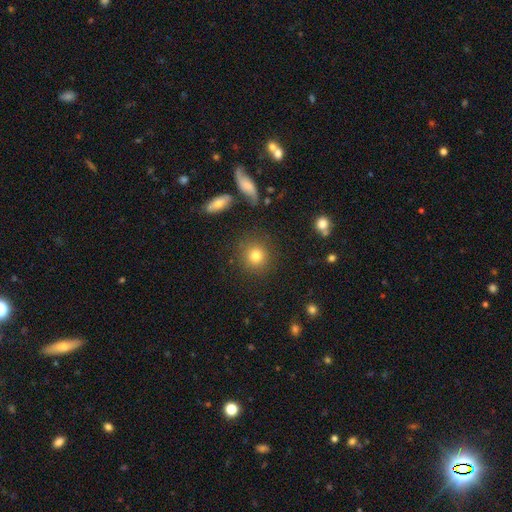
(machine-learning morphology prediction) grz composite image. It shows a smooth galaxy with no disk features (79%) that is round (90%). Merging: none (85%).